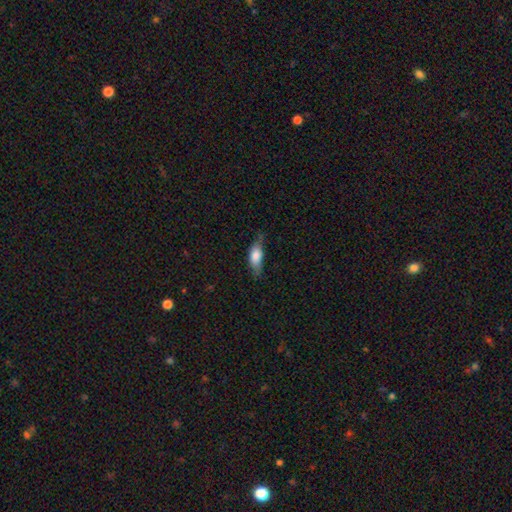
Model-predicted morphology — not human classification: Smooth or featured? smooth (72%)
How rounded? in between (74%)
Merging? none (58%)